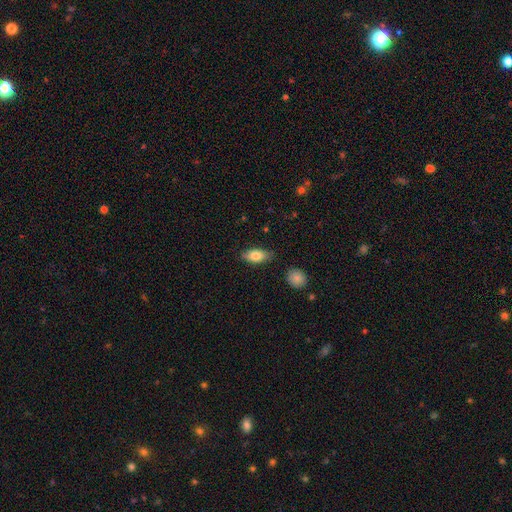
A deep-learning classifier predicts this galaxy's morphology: Q: Smooth or featured?
A: smooth (79%); runner-up: featured or disk (14%)
Q: How rounded?
A: in between (89%); runner-up: cigar-shaped (7%)
Q: Merging?
A: none (82%); runner-up: minor disturbance (14%)